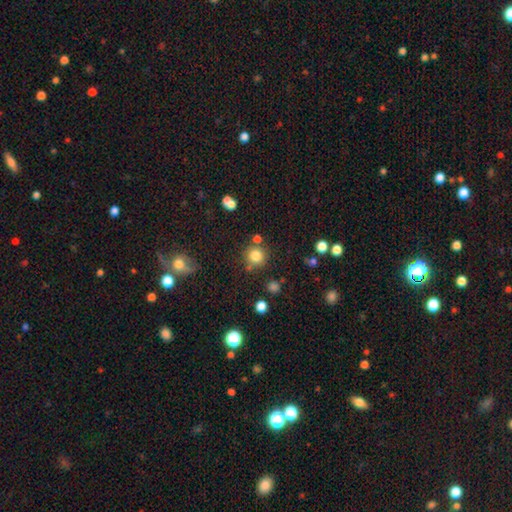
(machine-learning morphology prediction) Q: Smooth or featured?
A: smooth (81%); runner-up: star or artifact (13%)
Q: How rounded?
A: round (92%); runner-up: in between (7%)
Q: Merging?
A: none (77%); runner-up: merger (10%)